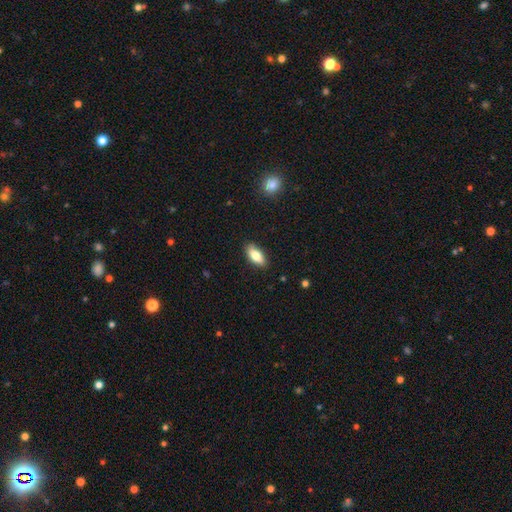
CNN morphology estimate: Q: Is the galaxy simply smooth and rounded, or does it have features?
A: smooth — 80%.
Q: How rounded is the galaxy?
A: in between — 86%.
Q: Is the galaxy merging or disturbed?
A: none — 88%.